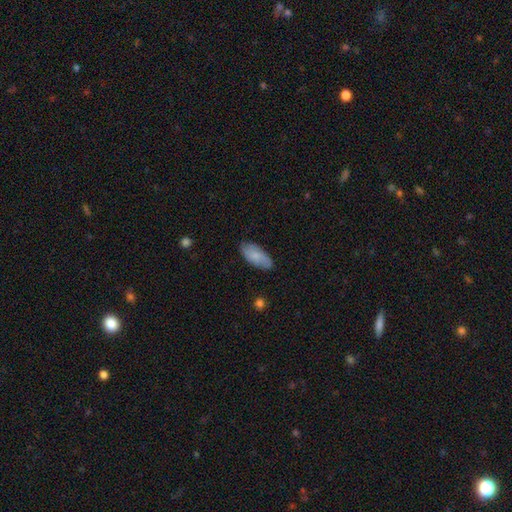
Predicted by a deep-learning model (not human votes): smooth_or_featured: smooth (p=0.74) [alt: featured or disk p=0.20]
how_rounded: in between (p=0.89) [alt: cigar-shaped p=0.09]
merging: none (p=0.80) [alt: minor disturbance p=0.16]